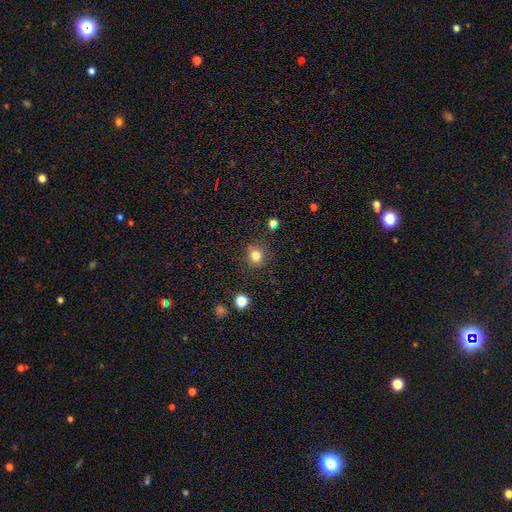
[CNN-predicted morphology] smooth_or_featured: smooth (p=0.81) [alt: star or artifact p=0.14]
how_rounded: round (p=0.87) [alt: in between p=0.12]
merging: none (p=0.83) [alt: minor disturbance p=0.10]